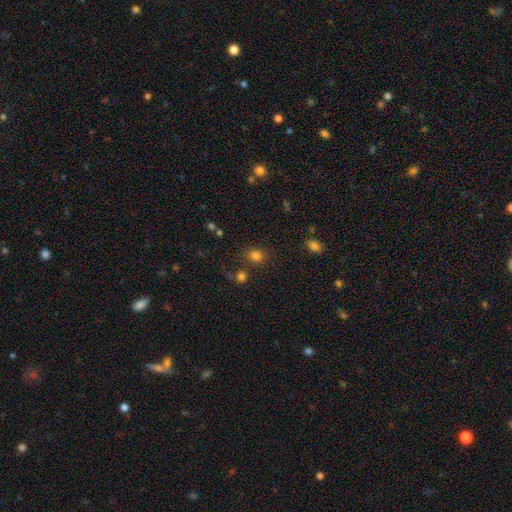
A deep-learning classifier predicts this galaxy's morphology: smooth 79%, star or artifact 15%, featured or disk 5%. Down the decision tree: how rounded — round (71%); merging — none (77%).